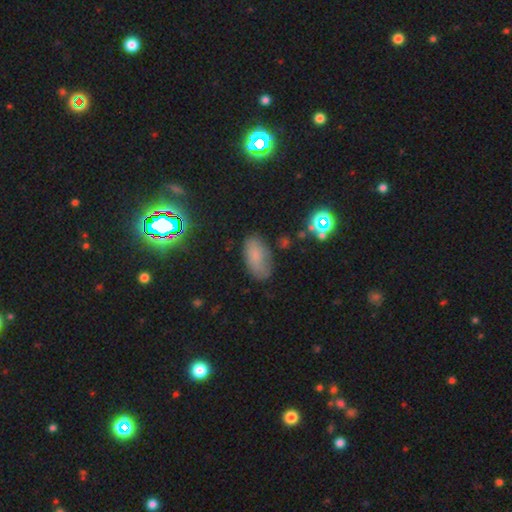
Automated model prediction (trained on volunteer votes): Q: Smooth or featured?
A: smooth (69%); runner-up: star or artifact (18%)
Q: How rounded?
A: in between (92%); runner-up: round (4%)
Q: Merging?
A: none (66%); runner-up: minor disturbance (23%)